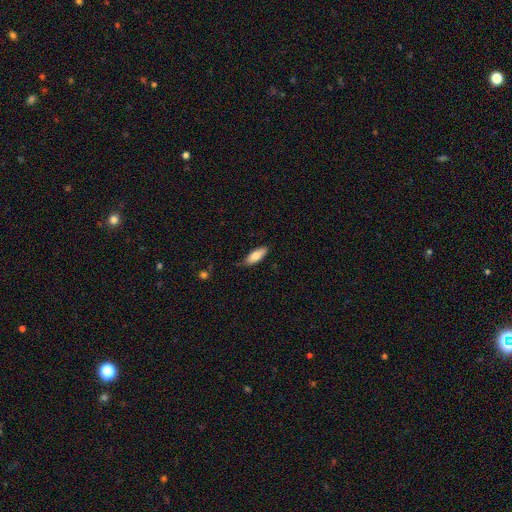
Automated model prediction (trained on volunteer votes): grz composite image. It shows a smooth galaxy with no disk features (79%) that is in between round and cigar-shaped (67%). Merging: none (74%).